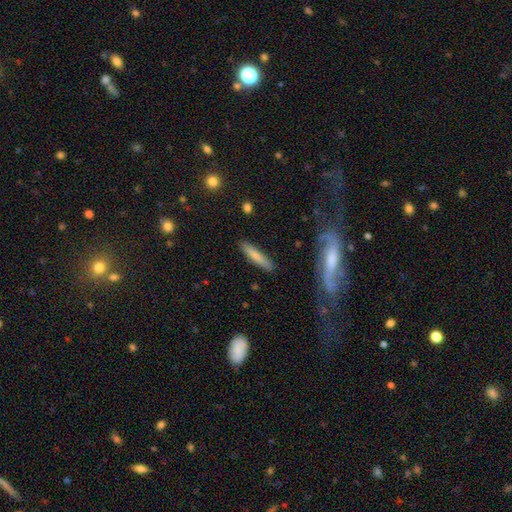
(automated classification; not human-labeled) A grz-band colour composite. It shows a smooth galaxy with no disk features (76%) that is cigar-shaped (88%). Merging: none (87%).